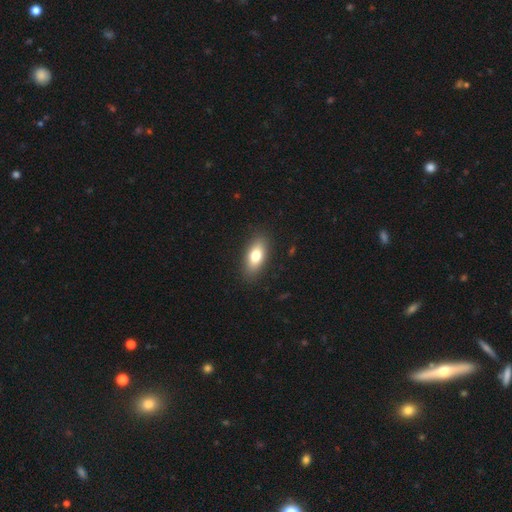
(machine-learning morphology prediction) Overall: smooth (76%). How rounded: in between (83%). Merging: none (88%).